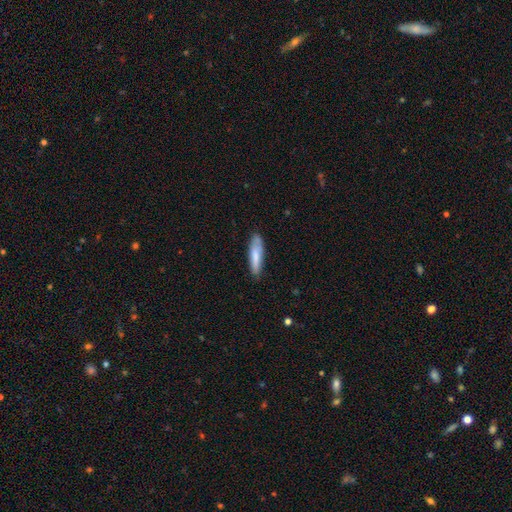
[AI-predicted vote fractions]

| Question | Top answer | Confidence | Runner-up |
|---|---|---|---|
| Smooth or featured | smooth | 77% | featured or disk (18%) |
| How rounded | cigar-shaped | 69% | in between (29%) |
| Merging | none | 76% | minor disturbance (18%) |